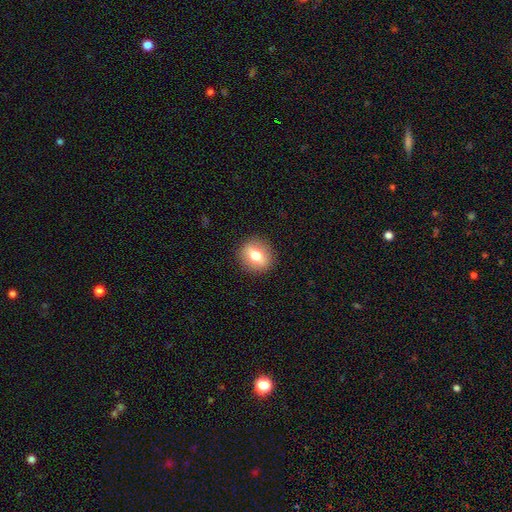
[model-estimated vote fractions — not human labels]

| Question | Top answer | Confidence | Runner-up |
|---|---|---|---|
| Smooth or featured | smooth | 68% | featured or disk (23%) |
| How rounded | round | 72% | in between (27%) |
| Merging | none | 89% | minor disturbance (7%) |